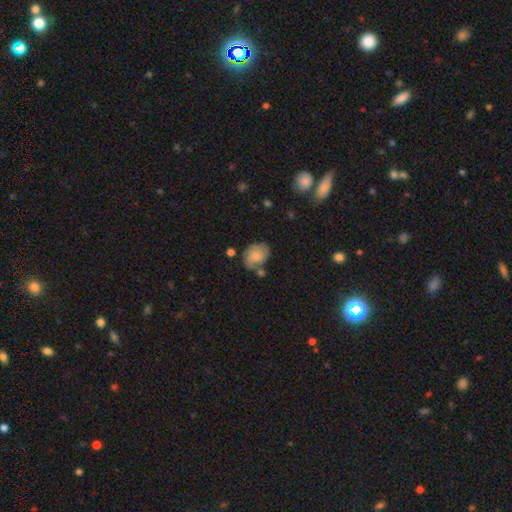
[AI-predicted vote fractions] This appears to be a smooth galaxy with no disk features (60%) that is in between round and cigar-shaped (60%). Merging: none (52%).